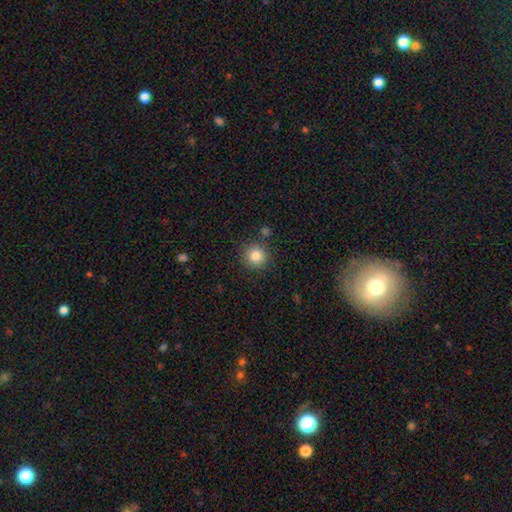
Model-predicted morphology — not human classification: Q: Smooth or featured?
A: smooth (86%); runner-up: star or artifact (10%)
Q: How rounded?
A: round (92%); runner-up: in between (7%)
Q: Merging?
A: none (85%); runner-up: minor disturbance (8%)